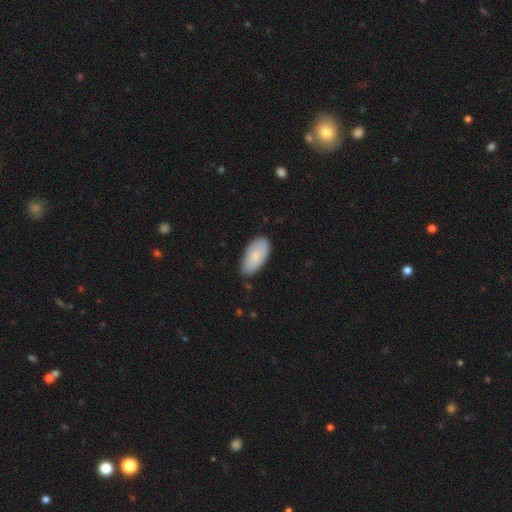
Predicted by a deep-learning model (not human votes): Smooth or featured? Predicted: smooth (p=0.79). How rounded? Predicted: in between (p=0.95). Merging? Predicted: none (p=0.76).